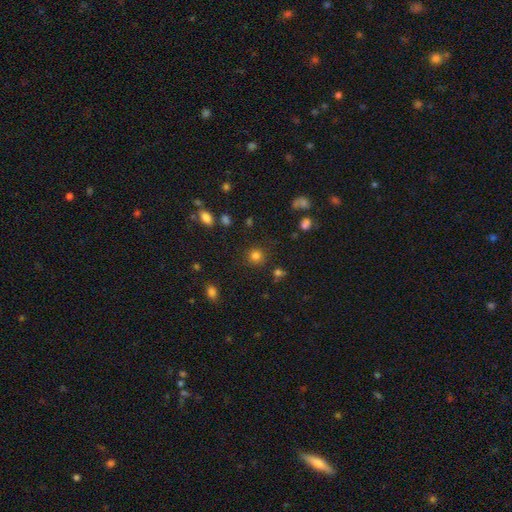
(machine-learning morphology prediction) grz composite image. It shows a smooth galaxy with no disk features (79%) that is round (90%). Merging: none (85%).